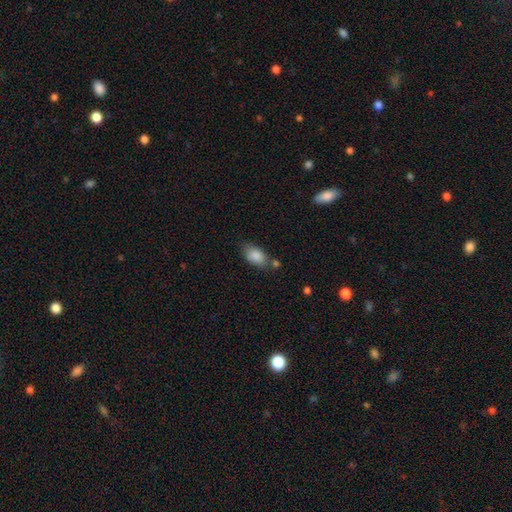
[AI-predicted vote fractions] Smooth or featured? Predicted: smooth (p=0.86). How rounded? Predicted: in between (p=0.90). Merging? Predicted: none (p=0.62).